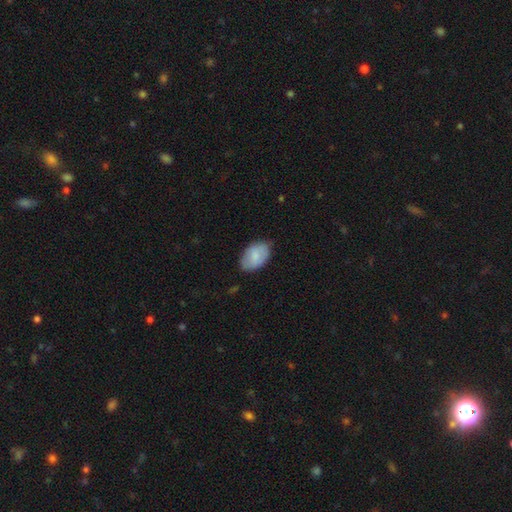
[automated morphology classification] Smooth or featured: smooth — 81% (featured or disk — 13%)
How rounded: in between — 92% (round — 6%)
Merging: none — 74% (minor disturbance — 22%)